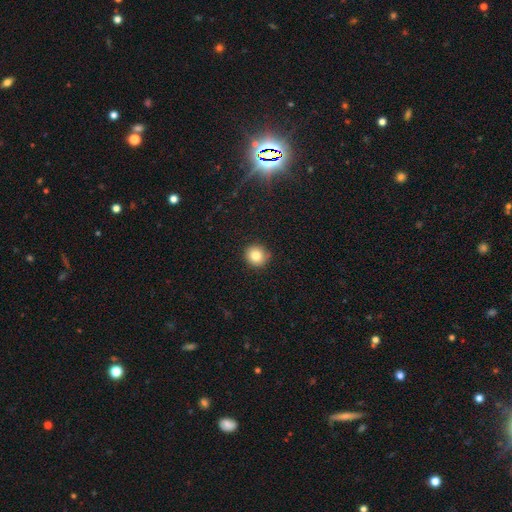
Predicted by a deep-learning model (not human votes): Smooth or featured?
  - smooth: 81% *
  - star or artifact: 10%
  - featured or disk: 9%
How rounded?
  - round: 92% *
  - in between: 7%
  - cigar-shaped: 1%
Merging?
  - none: 88% *
  - minor disturbance: 9%
  - major disturbance: 2%
  - merger: 1%